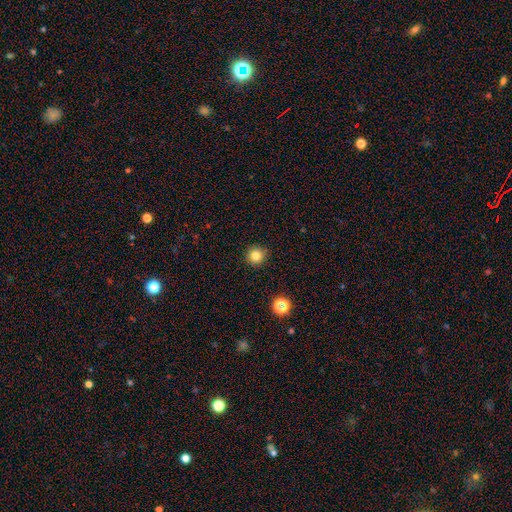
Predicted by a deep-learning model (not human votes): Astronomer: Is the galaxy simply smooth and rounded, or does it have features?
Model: smooth — 81%.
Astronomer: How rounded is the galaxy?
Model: round — 94%.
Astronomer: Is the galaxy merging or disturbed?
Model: none — 92%.